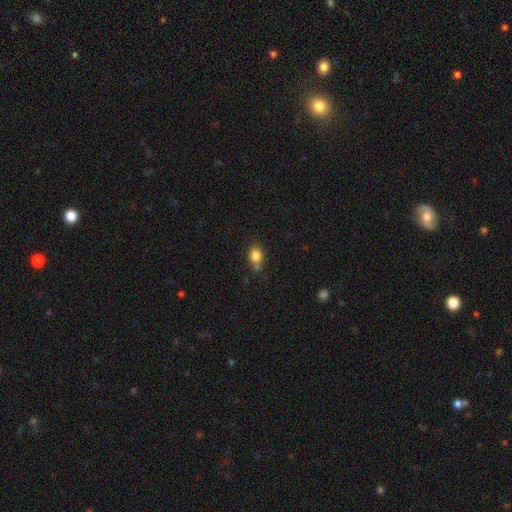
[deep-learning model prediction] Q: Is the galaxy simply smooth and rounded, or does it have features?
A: smooth — 83%.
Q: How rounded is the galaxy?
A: round — 64%.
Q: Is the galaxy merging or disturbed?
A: none — 60%.